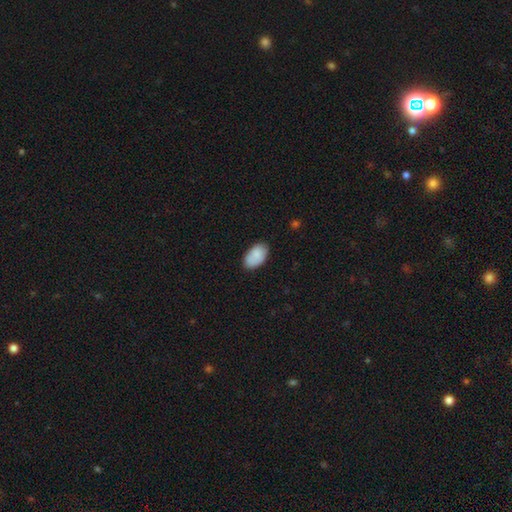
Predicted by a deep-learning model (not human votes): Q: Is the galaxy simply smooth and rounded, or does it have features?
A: smooth — 85%.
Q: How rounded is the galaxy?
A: in between — 94%.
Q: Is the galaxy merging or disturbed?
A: none — 76%.